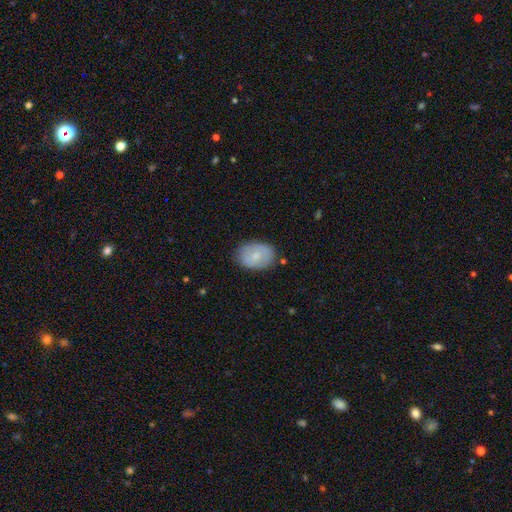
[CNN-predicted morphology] Overall: smooth (72%). How rounded: in between (81%). Merging: none (79%).